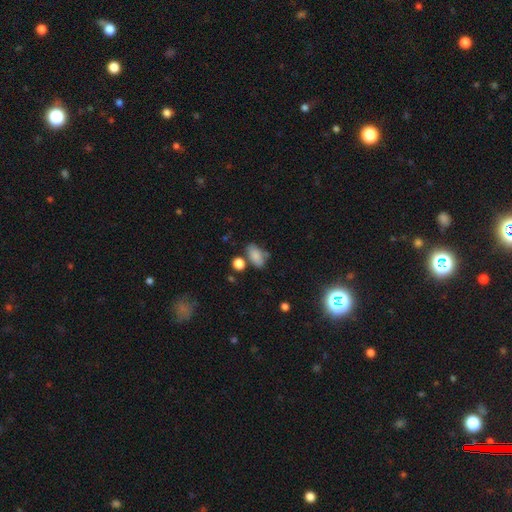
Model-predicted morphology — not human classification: A smooth galaxy with no disk features (80%) that is in between round and cigar-shaped (88%). Merging: none (55%).